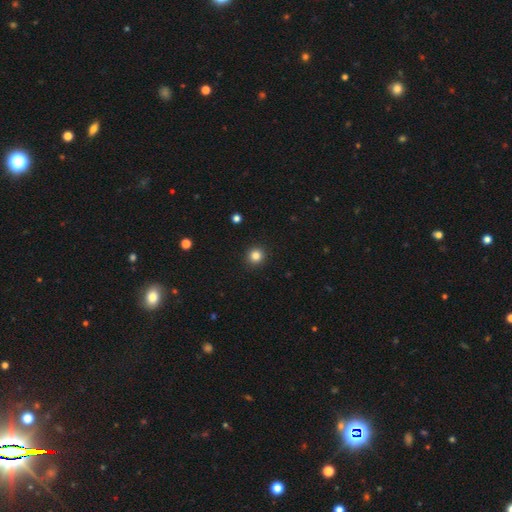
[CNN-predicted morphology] smooth-or-featured: smooth: 83% | star or artifact: 12% | featured or disk: 5%
  how-rounded: round: 94% | in between: 5% | cigar-shaped: 1%
  merging: none: 93% | minor disturbance: 5% | major disturbance: 2% | merger: 1%